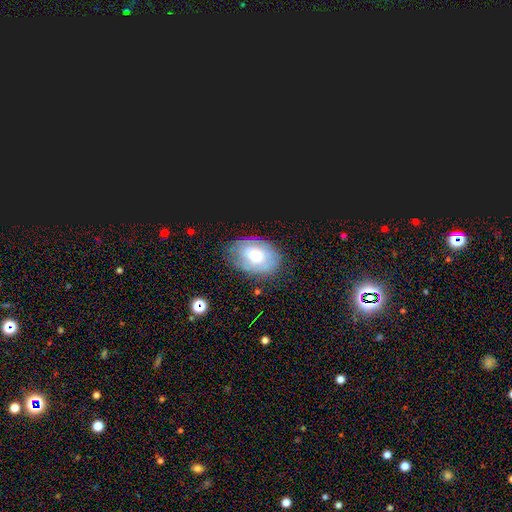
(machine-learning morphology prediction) Q: Smooth or featured?
A: featured or disk (56%); runner-up: smooth (35%)
Q: Edge-on disk?
A: no (94%); runner-up: yes (6%)
Q: Bar?
A: no (80%); runner-up: weak (17%)
Q: Spiral arms?
A: yes (64%); runner-up: no (36%)
Q: Bulge size?
A: moderate (62%); runner-up: small (25%)
Q: Merging?
A: none (75%); runner-up: minor disturbance (18%)